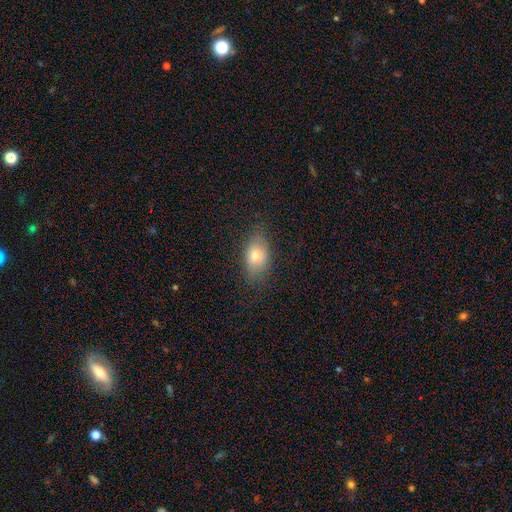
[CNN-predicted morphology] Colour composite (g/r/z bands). It shows a smooth galaxy with no disk features (72%) that is in between round and cigar-shaped (86%). Merging: none (80%).